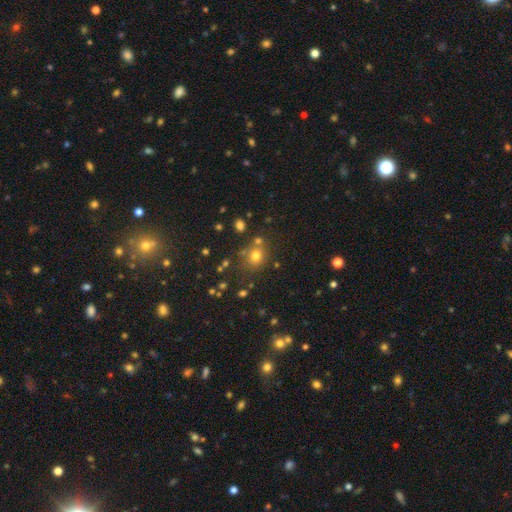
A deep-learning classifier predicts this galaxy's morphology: A smooth galaxy with no disk features (73%) that is round (77%).

Vote fractions:
- Smooth or featured? smooth: 73% / star or artifact: 19% / featured or disk: 9%
- How rounded? round: 77% / in between: 22% / cigar-shaped: 1%
- Merging? none: 69% / merger: 14% / minor disturbance: 12% / major disturbance: 5%